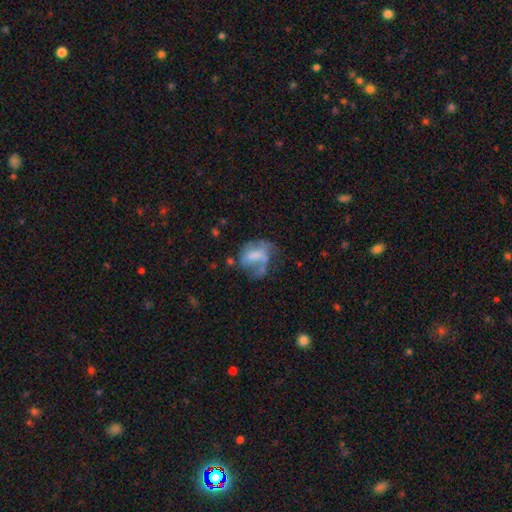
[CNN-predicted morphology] type=featured or disk (48%); merging=major disturbance (36%).